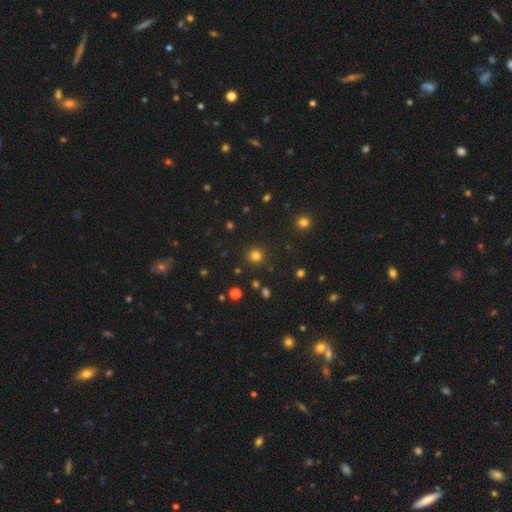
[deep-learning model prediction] A smooth galaxy with no disk features (79%) that is round (94%).

Vote fractions:
- Smooth or featured? smooth: 79% / star or artifact: 16% / featured or disk: 5%
- How rounded? round: 94% / in between: 5% / cigar-shaped: 1%
- Merging? none: 91% / minor disturbance: 5% / major disturbance: 2% / merger: 2%